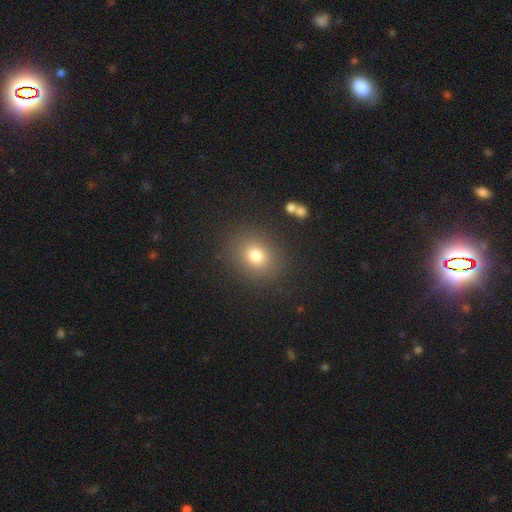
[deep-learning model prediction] A smooth galaxy with no disk features (77%) that is round (67%).

Vote fractions:
- Smooth or featured? smooth: 77% / star or artifact: 15% / featured or disk: 9%
- How rounded? round: 67% / in between: 32% / cigar-shaped: 1%
- Merging? none: 86% / minor disturbance: 8% / major disturbance: 4% / merger: 2%